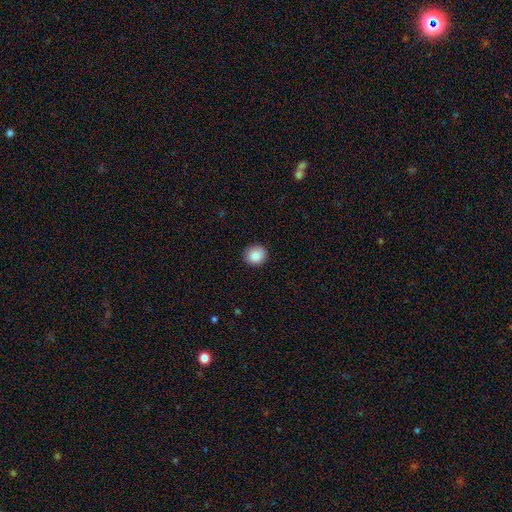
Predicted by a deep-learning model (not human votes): The model was most divided on "how rounded": round: 89%, in between: 10%, cigar-shaped: 1%. More confident: merging — none (89%); smooth or featured — smooth (89%).